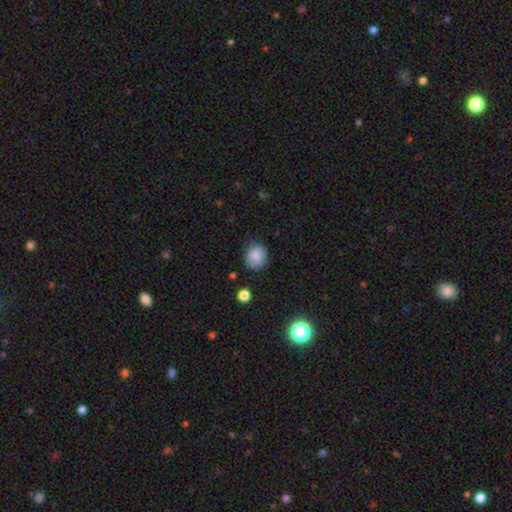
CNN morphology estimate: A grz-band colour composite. It shows a smooth galaxy with no disk features (85%) that is round (76%). Merging: none (80%).